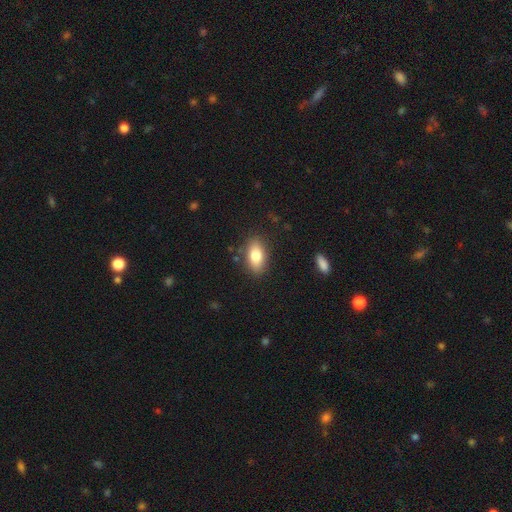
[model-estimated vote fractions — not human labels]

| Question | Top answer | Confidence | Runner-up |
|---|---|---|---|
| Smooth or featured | smooth | 80% | featured or disk (12%) |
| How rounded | in between | 89% | round (6%) |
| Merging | none | 85% | minor disturbance (10%) |